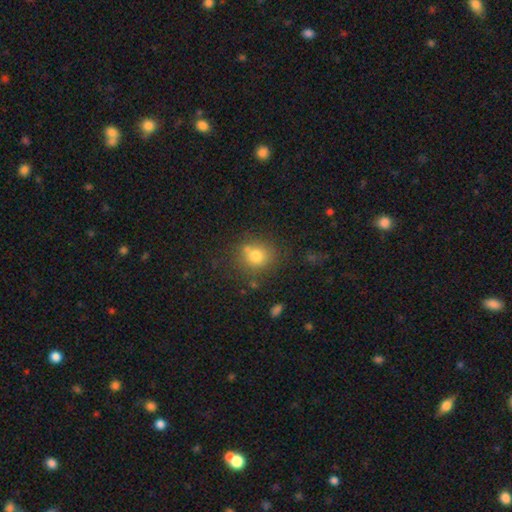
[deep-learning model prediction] A smooth galaxy with no disk features (76%) that is round (80%). Merging: none (71%).